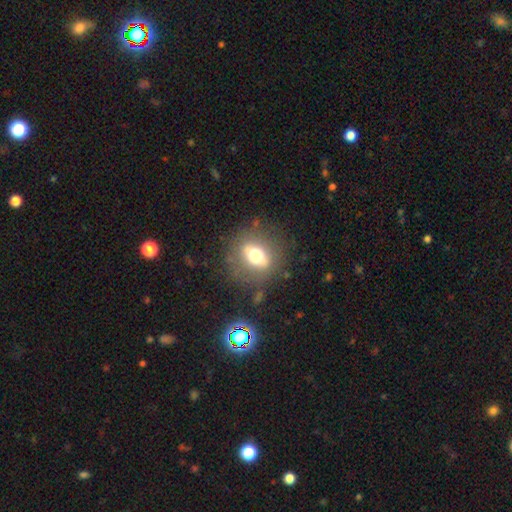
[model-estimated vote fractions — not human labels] smooth_or_featured: smooth (p=0.45) [alt: featured or disk p=0.43]
merging: none (p=0.79) [alt: minor disturbance p=0.12]